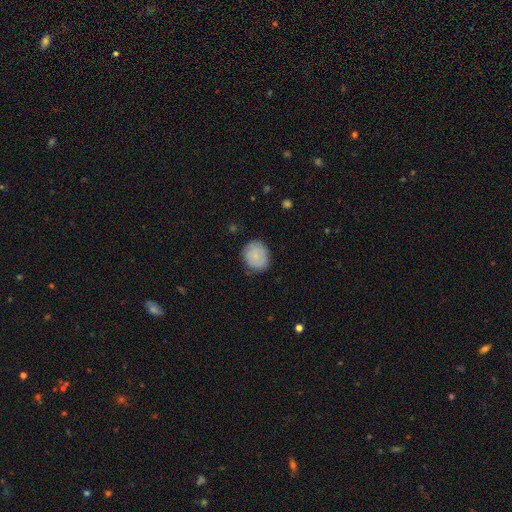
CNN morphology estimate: The model was most divided on "how rounded": round: 74%, in between: 25%, cigar-shaped: 1%. More confident: merging — none (79%); smooth or featured — smooth (75%).